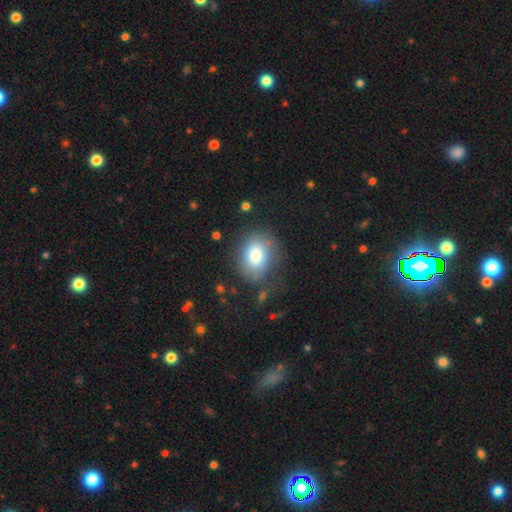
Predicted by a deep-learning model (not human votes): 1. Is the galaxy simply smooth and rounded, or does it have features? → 78% smooth, 14% featured or disk, 9% star or artifact.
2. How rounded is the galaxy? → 53% in between, 46% round, 1% cigar-shaped.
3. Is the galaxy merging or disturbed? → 69% none, 18% minor disturbance, 10% major disturbance, 3% merger.